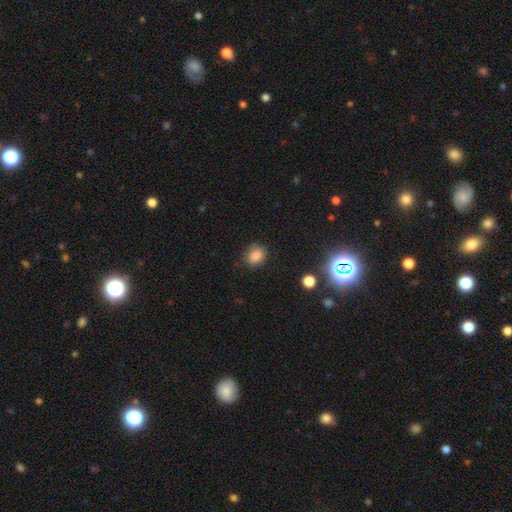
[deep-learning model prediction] smooth_or_featured: smooth (p=0.84) [alt: star or artifact p=0.11]
how_rounded: round (p=0.52) [alt: in between p=0.46]
merging: none (p=0.83) [alt: minor disturbance p=0.12]